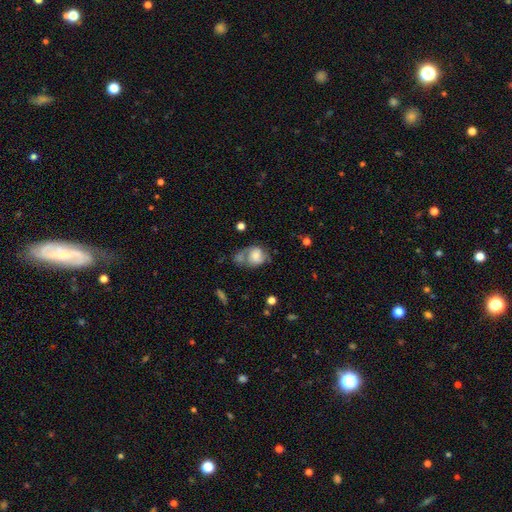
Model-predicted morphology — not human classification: Q: Smooth or featured?
A: featured or disk (50%); runner-up: smooth (41%)
Q: Edge-on disk?
A: no (97%); runner-up: yes (3%)
Q: Merging?
A: none (33%); runner-up: merger (24%)